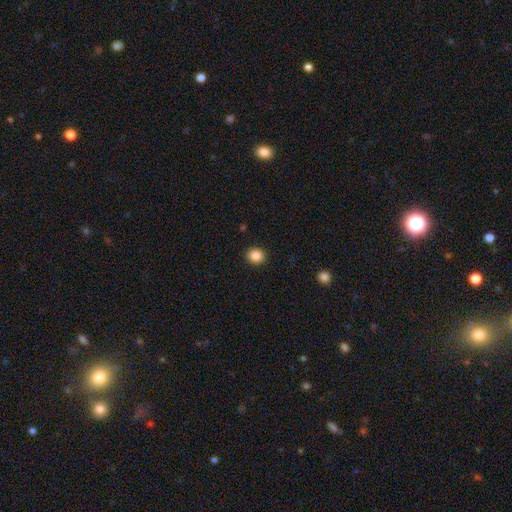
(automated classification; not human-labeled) Overall: smooth (86%). How rounded: round (76%). Merging: none (91%).